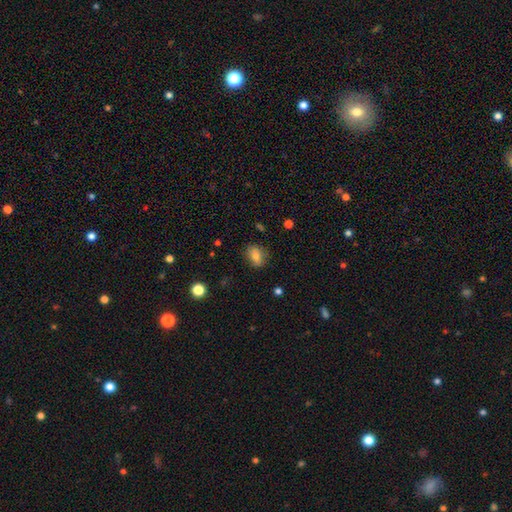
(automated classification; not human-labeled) smooth-or-featured: smooth: 76% | featured or disk: 14% | star or artifact: 10%
  how-rounded: in between: 67% | round: 30% | cigar-shaped: 2%
  merging: none: 81% | minor disturbance: 14% | major disturbance: 3% | merger: 1%